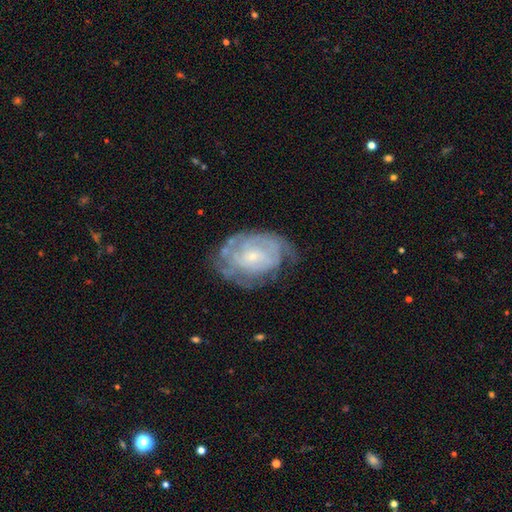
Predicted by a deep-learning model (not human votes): This is likely a featured or disk galaxy (74%). It is clearly not viewed edge-on (96%). Bar: likely no (68%). Spiral arm pattern: clearly yes (82%). Spiral arm count: possibly can't tell (55%). Spiral winding: likely tight (68%). Central bulge: likely small (68%). Merging: likely none (66%).